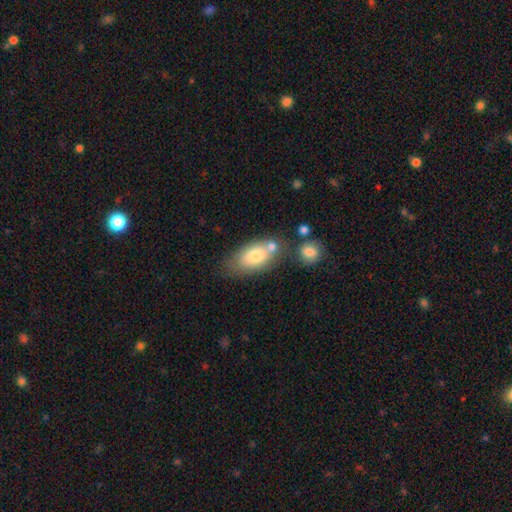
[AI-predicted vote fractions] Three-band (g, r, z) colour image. It shows a smooth galaxy with no disk features (75%) that is in between round and cigar-shaped (87%). Merging: none (53%).